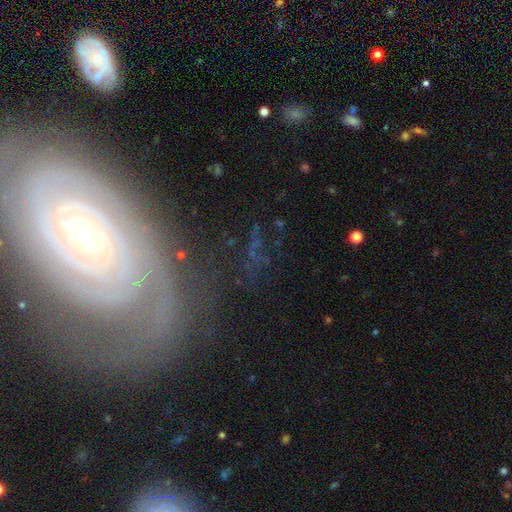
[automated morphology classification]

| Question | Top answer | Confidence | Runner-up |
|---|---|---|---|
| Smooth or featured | featured or disk | 51% | star or artifact (28%) |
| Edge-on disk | no | 81% | yes (19%) |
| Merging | none | 68% | minor disturbance (15%) |